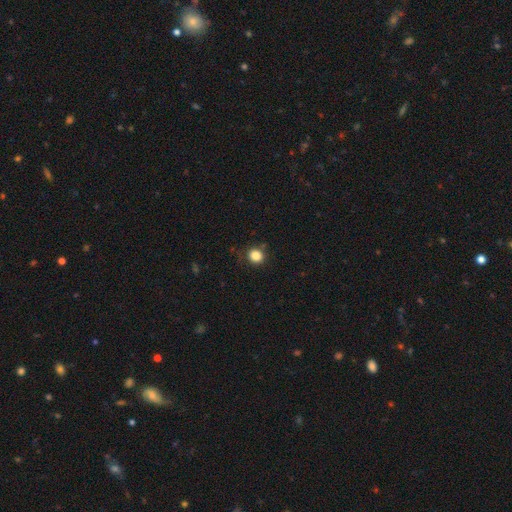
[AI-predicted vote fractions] This is clearly a smooth galaxy (85%). How rounded: clearly round (85%). Merging: clearly none (82%).